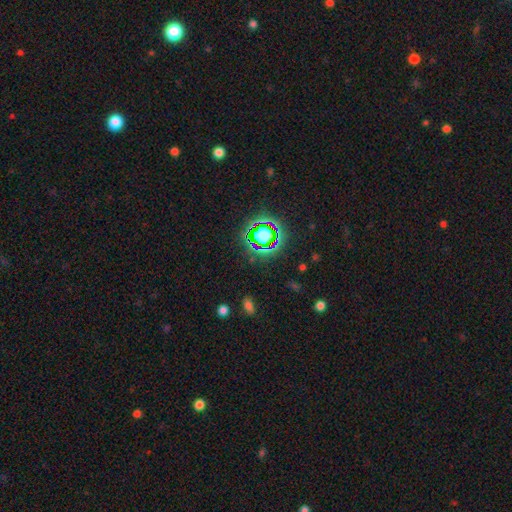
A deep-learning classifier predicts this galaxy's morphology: A star or artifact, not a galaxy (79%).